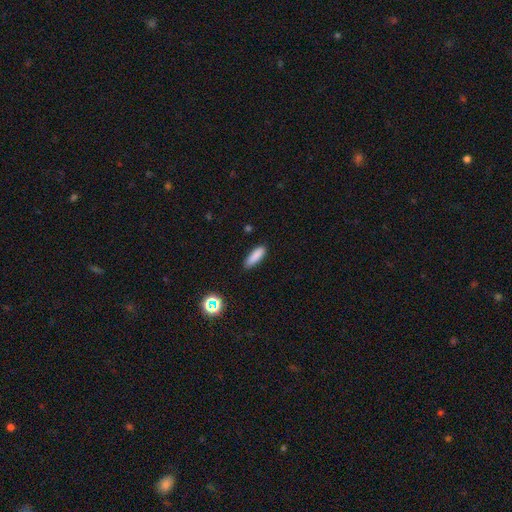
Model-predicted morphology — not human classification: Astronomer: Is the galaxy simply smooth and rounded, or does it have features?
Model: smooth — 85%.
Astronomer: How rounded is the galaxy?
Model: cigar-shaped — 53% (runner-up: in between, 45%).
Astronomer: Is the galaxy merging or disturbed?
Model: none — 84%.